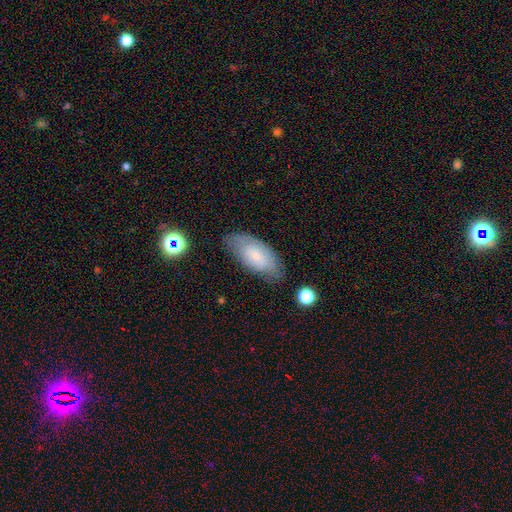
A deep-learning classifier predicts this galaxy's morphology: This is possibly a smooth galaxy (58%). How rounded: clearly in between (88%). Merging: likely none (70%).